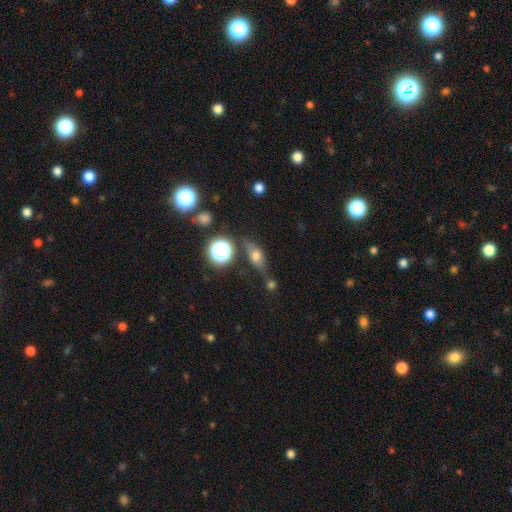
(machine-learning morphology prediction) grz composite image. It shows a smooth galaxy with no disk features (56%) that is in between round and cigar-shaped (61%). Merging: none (58%).